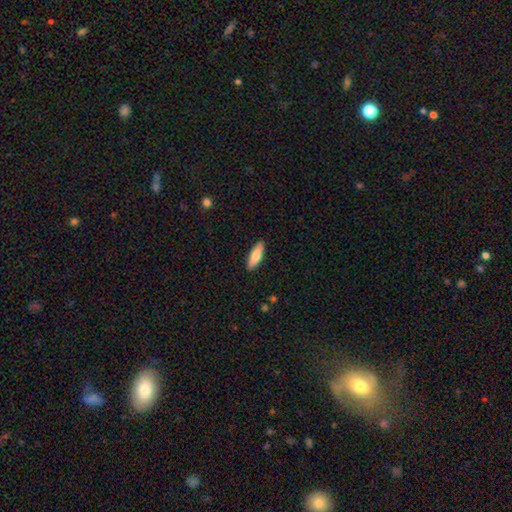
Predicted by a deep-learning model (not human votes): Morphology: type=smooth (79%); roundness=in between (51%); merging=none (89%).